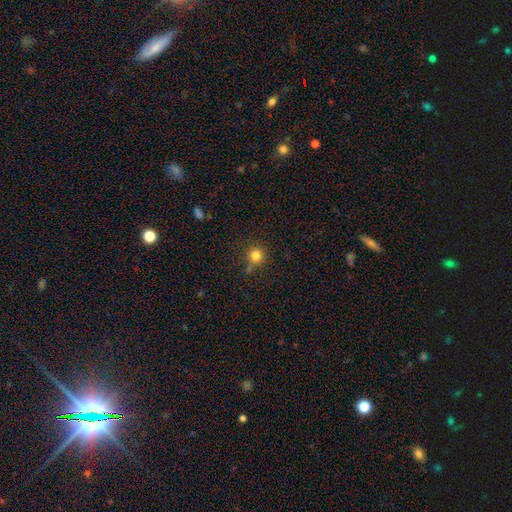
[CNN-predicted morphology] A smooth galaxy with no disk features (81%) that is round (94%). Merging: none (75%).